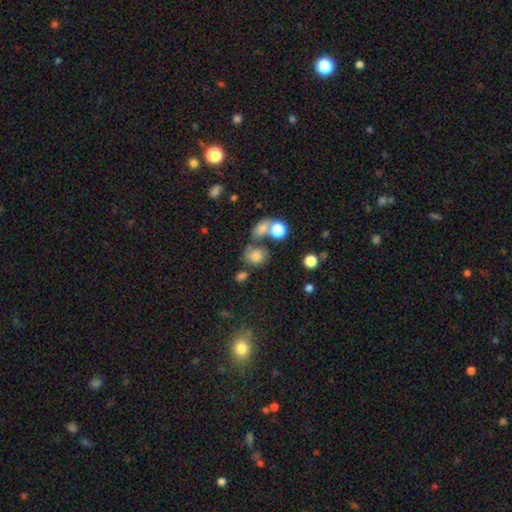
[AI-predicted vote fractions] Smooth or featured?
  - smooth: 71% *
  - star or artifact: 15%
  - featured or disk: 14%
How rounded?
  - round: 60% *
  - in between: 38%
  - cigar-shaped: 1%
Merging?
  - none: 44% *
  - merger: 27%
  - minor disturbance: 17%
  - major disturbance: 12%